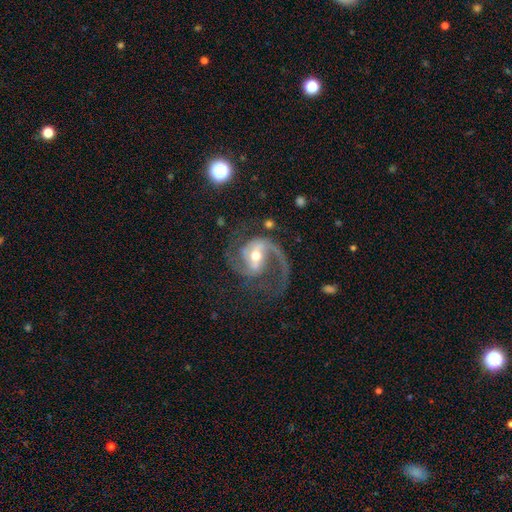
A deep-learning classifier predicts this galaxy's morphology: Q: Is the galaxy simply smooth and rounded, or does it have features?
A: featured or disk — 91%.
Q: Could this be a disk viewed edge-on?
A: no — 98%.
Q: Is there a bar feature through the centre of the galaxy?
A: weak — 43%.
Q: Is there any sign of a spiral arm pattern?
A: yes — 98%.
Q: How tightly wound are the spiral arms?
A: medium — 58%.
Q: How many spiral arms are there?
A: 2 — 79%.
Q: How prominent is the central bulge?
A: moderate — 63%.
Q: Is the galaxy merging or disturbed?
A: none — 63%.